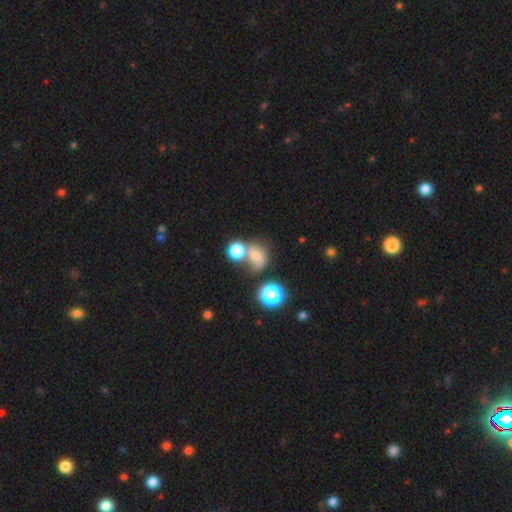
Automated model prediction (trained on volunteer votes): A smooth galaxy with no disk features (61%) that is round (67%).

Vote fractions:
- Smooth or featured? smooth: 61% / featured or disk: 21% / star or artifact: 18%
- How rounded? round: 67% / in between: 32% / cigar-shaped: 1%
- Merging? merger: 46% / none: 33% / minor disturbance: 12% / major disturbance: 10%